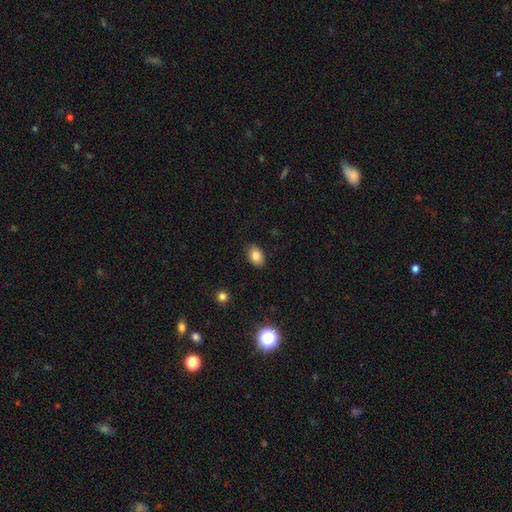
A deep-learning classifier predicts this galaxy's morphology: smooth_or_featured: smooth (p=0.84) [alt: star or artifact p=0.09]
how_rounded: in between (p=0.84) [alt: round p=0.15]
merging: none (p=0.87) [alt: minor disturbance p=0.10]